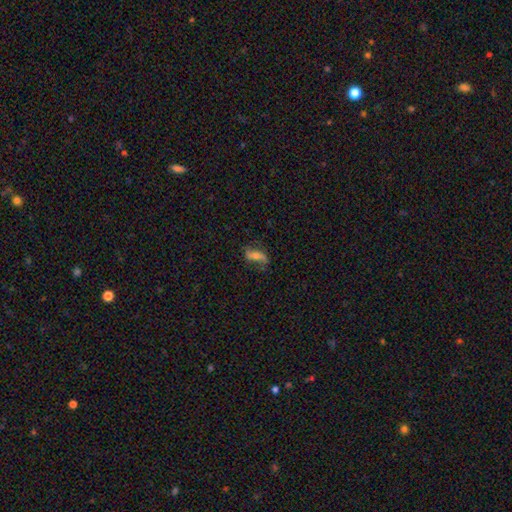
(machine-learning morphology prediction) Smooth or featured? Predicted: featured or disk (p=0.54). Edge-on disk? Predicted: no (p=0.82). Merging? Predicted: none (p=0.64).